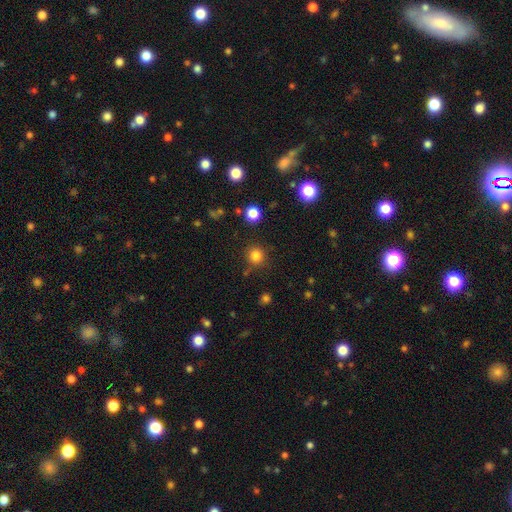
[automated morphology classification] Smooth or featured? smooth (81%)
How rounded? round (92%)
Merging? none (84%)